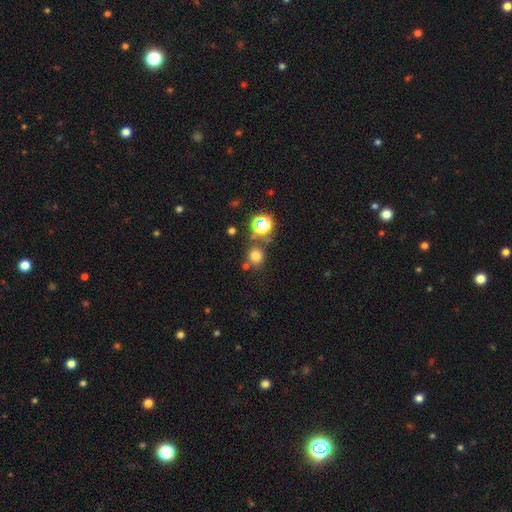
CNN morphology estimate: Smooth or featured: smooth — 72% (star or artifact — 21%)
How rounded: round — 86% (in between — 13%)
Merging: none — 73% (merger — 13%)